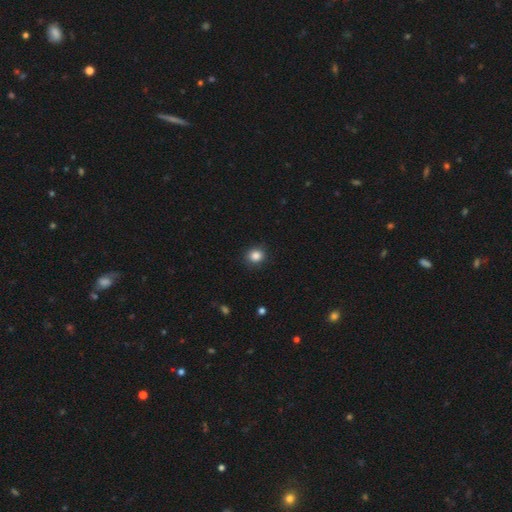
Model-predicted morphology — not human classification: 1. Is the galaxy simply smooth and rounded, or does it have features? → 86% smooth, 11% star or artifact, 4% featured or disk.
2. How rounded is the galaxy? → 81% round, 18% in between, 1% cigar-shaped.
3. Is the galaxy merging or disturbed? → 88% none, 9% minor disturbance, 2% major disturbance, 1% merger.